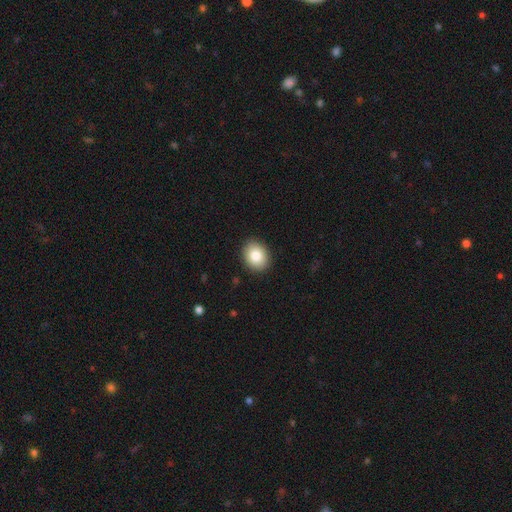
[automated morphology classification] smooth-or-featured: smooth: 84% | star or artifact: 8% | featured or disk: 8%
  how-rounded: round: 52% | in between: 47% | cigar-shaped: 1%
  merging: none: 90% | minor disturbance: 7% | major disturbance: 2% | merger: 1%